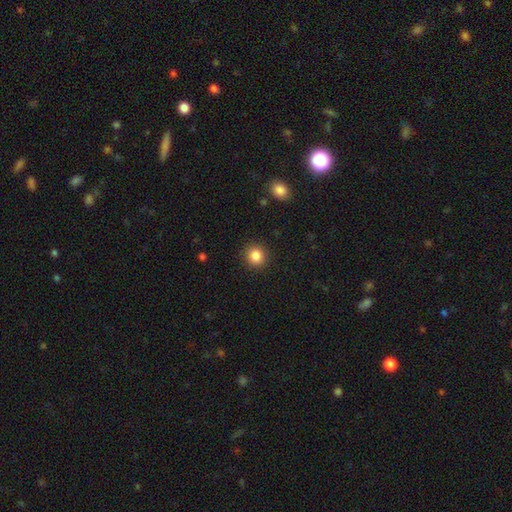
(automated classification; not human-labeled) Overall: smooth (85%). How rounded: round (88%). Merging: none (91%).